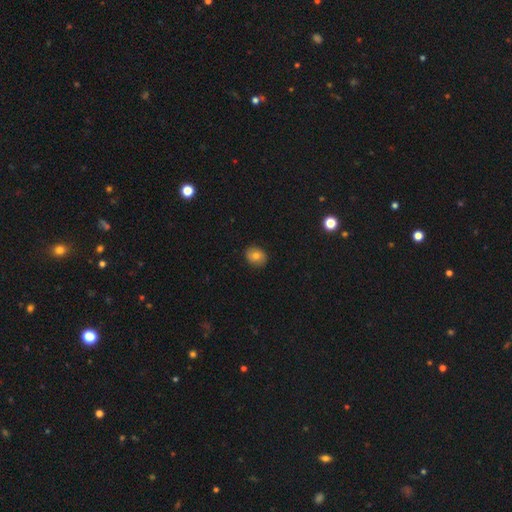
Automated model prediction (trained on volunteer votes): Q: Smooth or featured?
A: smooth (73%); runner-up: featured or disk (17%)
Q: How rounded?
A: round (57%); runner-up: in between (42%)
Q: Merging?
A: none (86%); runner-up: minor disturbance (10%)